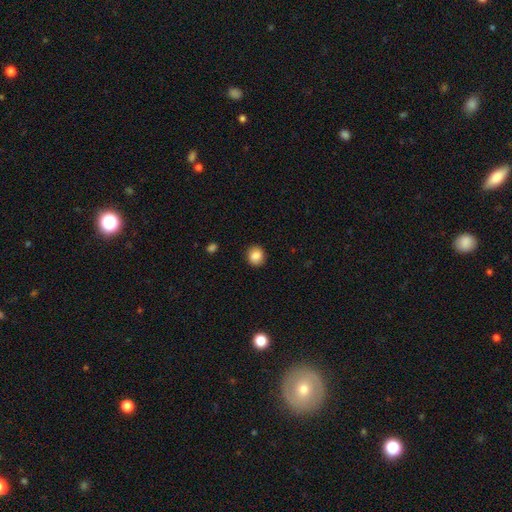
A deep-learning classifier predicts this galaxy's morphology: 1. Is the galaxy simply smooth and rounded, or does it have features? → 87% smooth, 9% star or artifact, 4% featured or disk.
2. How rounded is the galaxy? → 85% round, 14% in between, 1% cigar-shaped.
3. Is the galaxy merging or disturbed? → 90% none, 7% minor disturbance, 2% major disturbance, 1% merger.